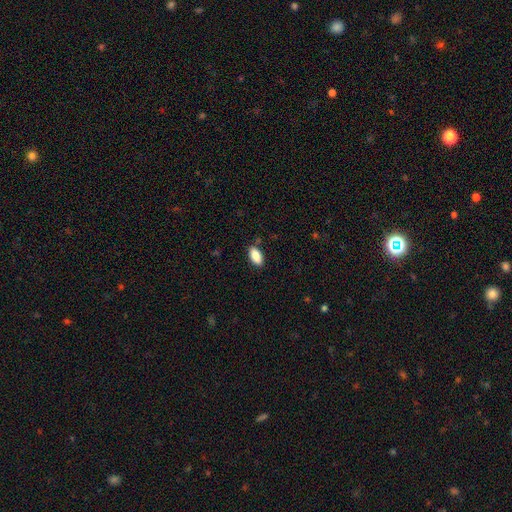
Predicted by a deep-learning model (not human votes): Overall: smooth (87%). How rounded: in between (89%). Merging: none (85%).